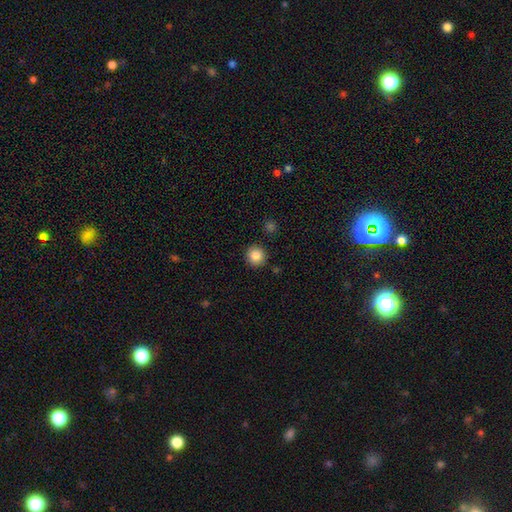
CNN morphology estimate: Smooth or featured? Predicted: smooth (p=0.85). How rounded? Predicted: round (p=0.94). Merging? Predicted: none (p=0.91).